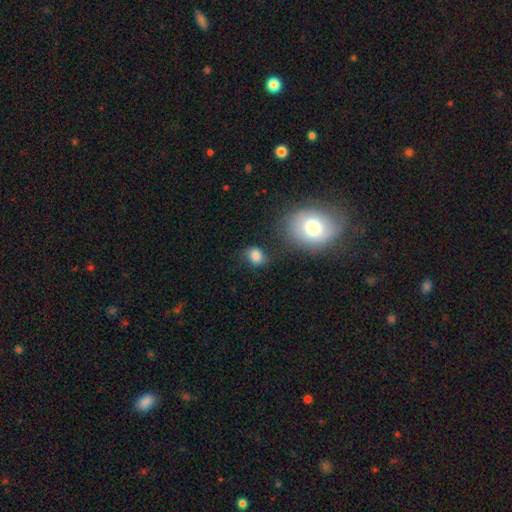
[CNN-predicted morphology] Q: Smooth or featured?
A: smooth (79%); runner-up: star or artifact (11%)
Q: How rounded?
A: in between (50%); runner-up: round (48%)
Q: Merging?
A: none (63%); runner-up: minor disturbance (21%)